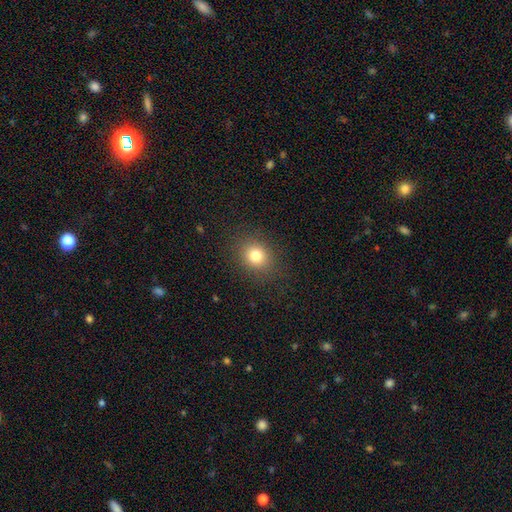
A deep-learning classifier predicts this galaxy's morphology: Smooth or featured?
  - smooth: 79% *
  - star or artifact: 13%
  - featured or disk: 8%
How rounded?
  - round: 70% *
  - in between: 29%
  - cigar-shaped: 1%
Merging?
  - none: 87% *
  - minor disturbance: 8%
  - major disturbance: 4%
  - merger: 1%